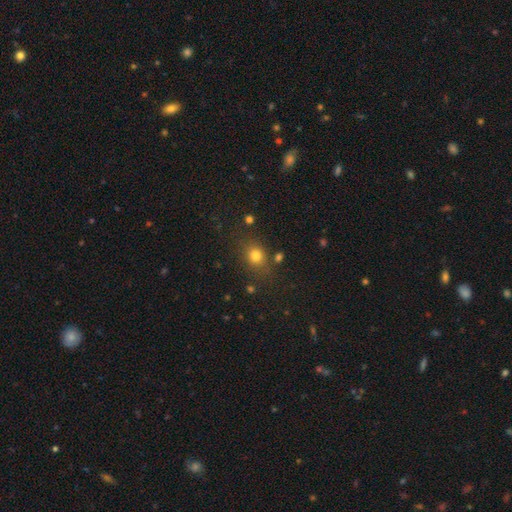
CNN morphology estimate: Overall: smooth (78%). How rounded: round (68%; in between 31%). Merging: none (77%).